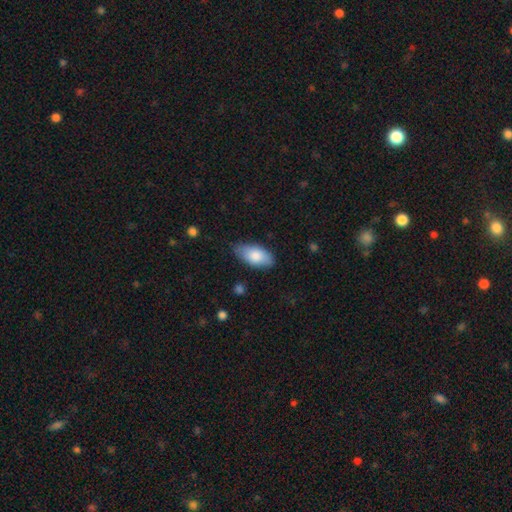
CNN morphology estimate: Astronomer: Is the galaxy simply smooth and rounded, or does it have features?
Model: smooth — 82%.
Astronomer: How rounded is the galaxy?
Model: in between — 92%.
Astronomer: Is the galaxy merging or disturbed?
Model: none — 77%.